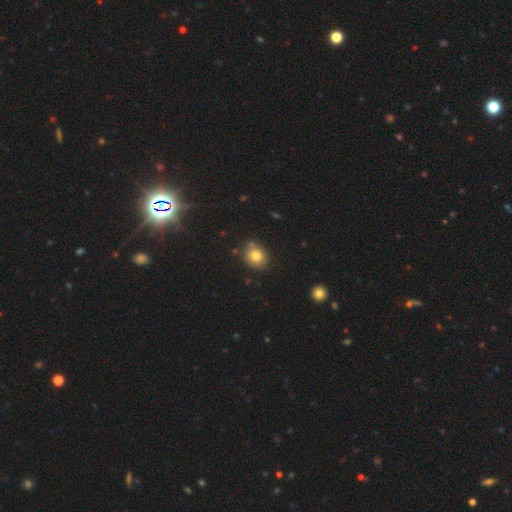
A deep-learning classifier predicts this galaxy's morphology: Smooth or featured: smooth — 79% (star or artifact — 12%)
How rounded: round — 74% (in between — 25%)
Merging: none — 79% (minor disturbance — 13%)